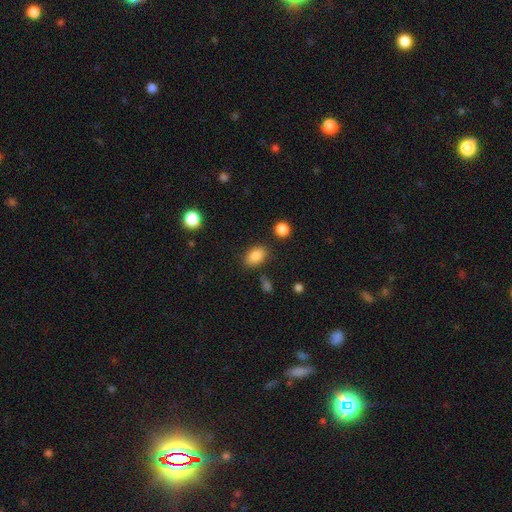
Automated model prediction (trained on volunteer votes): Smooth or featured? Predicted: smooth (p=0.87). How rounded? Predicted: in between (p=0.85). Merging? Predicted: none (p=0.80).